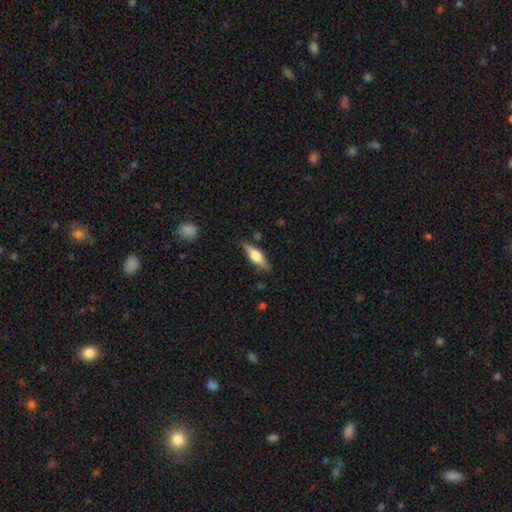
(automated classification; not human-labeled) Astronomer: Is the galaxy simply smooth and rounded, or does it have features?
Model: featured or disk — 60%.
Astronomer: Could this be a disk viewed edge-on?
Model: yes — 95%.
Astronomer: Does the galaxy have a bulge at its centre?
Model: rounded — 91%.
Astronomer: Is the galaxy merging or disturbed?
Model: none — 84%.